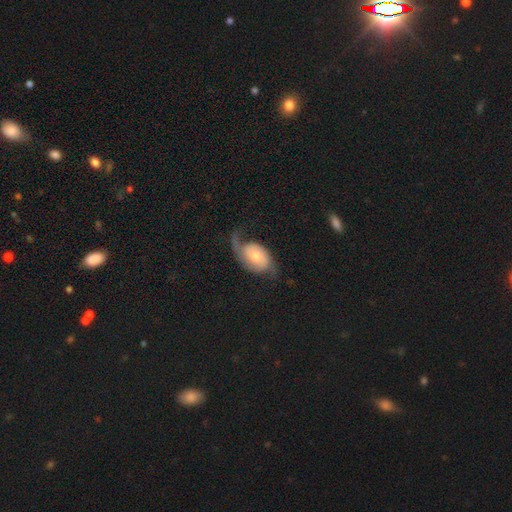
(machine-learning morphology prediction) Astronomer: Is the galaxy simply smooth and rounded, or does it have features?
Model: featured or disk — 66%.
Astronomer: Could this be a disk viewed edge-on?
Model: no — 96%.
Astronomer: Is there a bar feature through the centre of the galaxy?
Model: no — 69%.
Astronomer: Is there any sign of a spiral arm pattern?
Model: yes — 89%.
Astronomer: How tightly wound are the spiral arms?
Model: loose — 55%.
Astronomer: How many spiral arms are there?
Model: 2 — 56% (runner-up: 1, 35%).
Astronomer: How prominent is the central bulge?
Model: moderate — 52% (runner-up: small, 35%).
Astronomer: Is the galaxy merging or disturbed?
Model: none — 42% (runner-up: major disturbance, 31%).